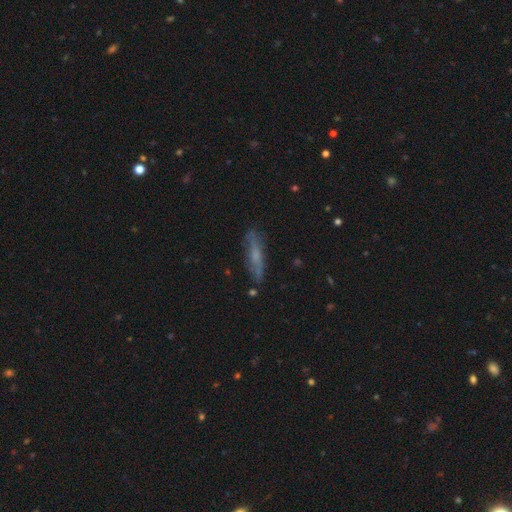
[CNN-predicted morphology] Smooth or featured?
  - smooth: 46% *
  - featured or disk: 45%
  - star or artifact: 9%
Merging?
  - none: 79% *
  - minor disturbance: 15%
  - major disturbance: 4%
  - merger: 2%